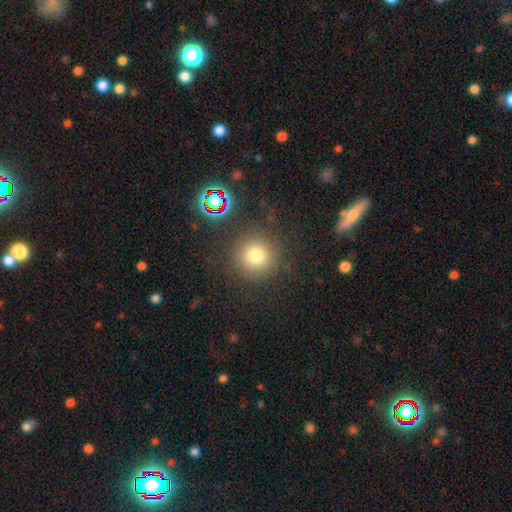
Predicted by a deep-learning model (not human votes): This appears to be a smooth galaxy with no disk features (73%) that is round (94%). Merging: none (86%).